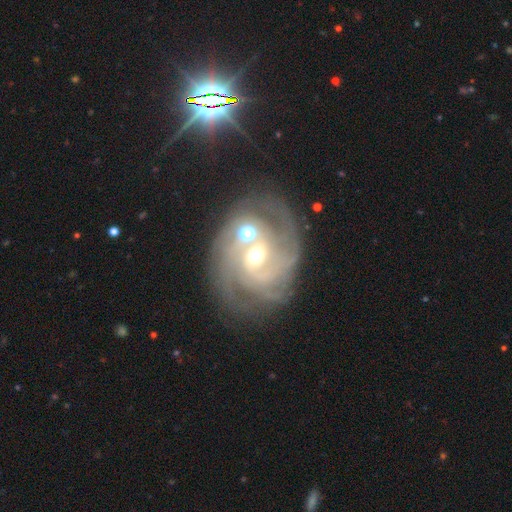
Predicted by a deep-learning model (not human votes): Smooth or featured? featured or disk (82%)
Edge-on disk? no (97%)
Bar? no (51%)
Spiral arms? yes (94%)
Spiral winding? tight (53%)
Spiral arm count? 2 (34%)
Bulge size? moderate (64%)
Merging? none (54%)